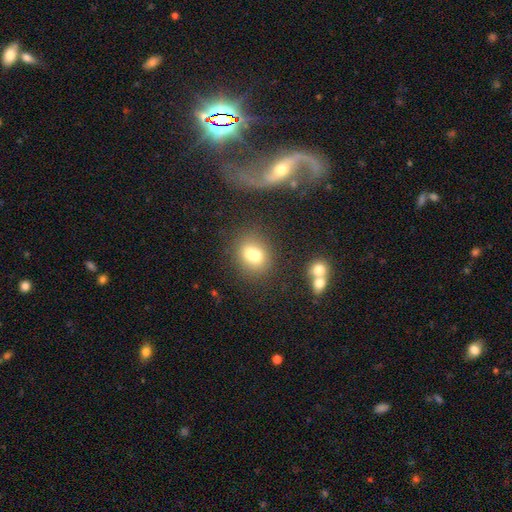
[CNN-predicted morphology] smooth-or-featured: smooth: 67% | featured or disk: 22% | star or artifact: 11%
  how-rounded: round: 60% | in between: 39% | cigar-shaped: 1%
  merging: merger: 50% | none: 35% | minor disturbance: 10% | major disturbance: 5%